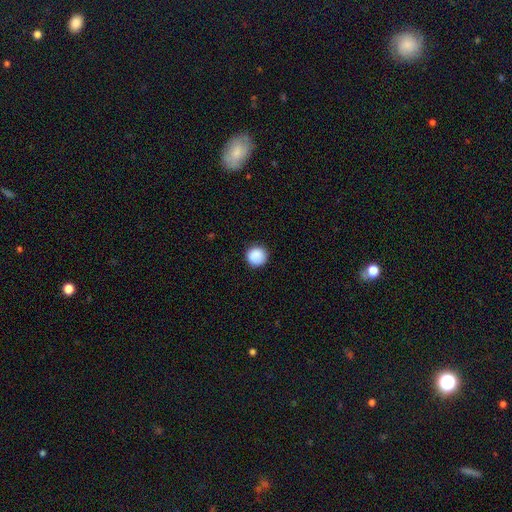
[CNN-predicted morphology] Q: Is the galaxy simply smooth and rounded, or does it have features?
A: smooth — 89%.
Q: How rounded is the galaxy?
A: round — 96%.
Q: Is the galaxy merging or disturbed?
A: none — 90%.